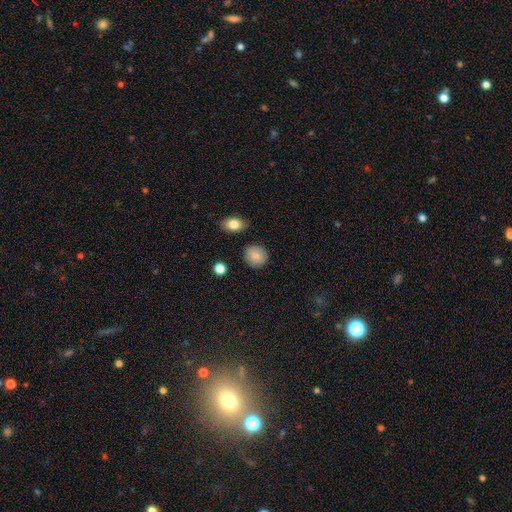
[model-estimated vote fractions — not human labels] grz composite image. It shows a smooth galaxy with no disk features (86%) that is round (87%). Merging: none (89%).